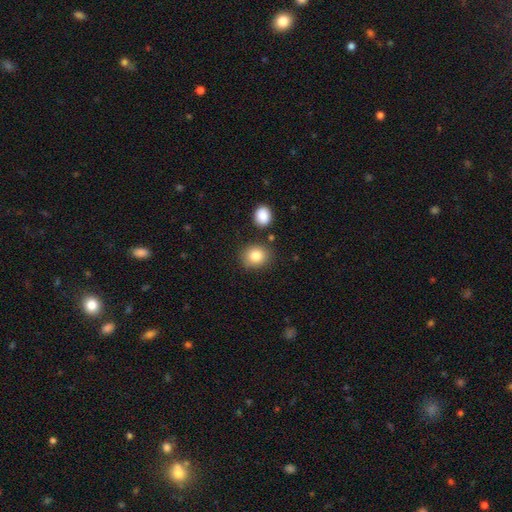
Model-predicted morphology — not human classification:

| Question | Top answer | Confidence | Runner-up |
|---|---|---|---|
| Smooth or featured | smooth | 84% | star or artifact (9%) |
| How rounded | round | 67% | in between (32%) |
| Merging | none | 81% | minor disturbance (10%) |